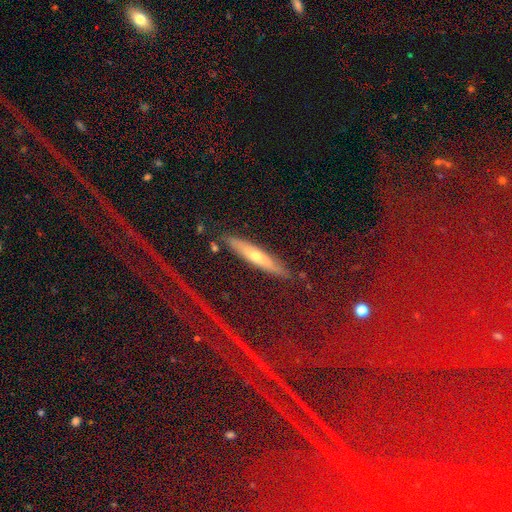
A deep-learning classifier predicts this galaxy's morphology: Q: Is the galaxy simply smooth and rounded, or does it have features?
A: featured or disk — 50%.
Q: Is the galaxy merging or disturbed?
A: none — 84%.